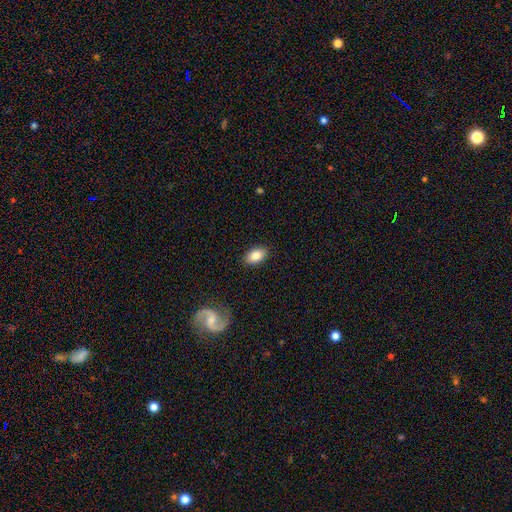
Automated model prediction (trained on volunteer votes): Smooth or featured? smooth (83%)
How rounded? in between (90%)
Merging? none (87%)